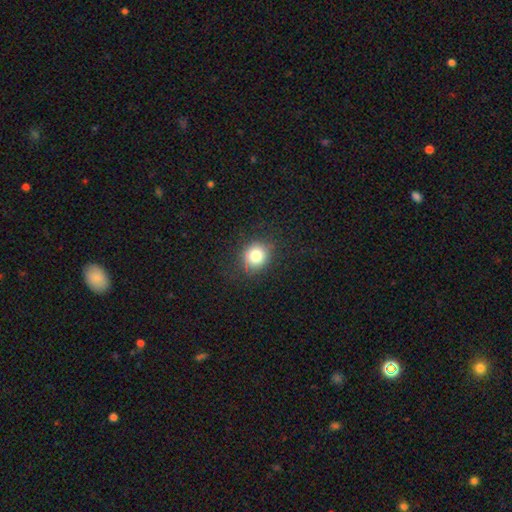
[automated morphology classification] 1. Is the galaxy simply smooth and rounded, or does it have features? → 80% smooth, 12% star or artifact, 9% featured or disk.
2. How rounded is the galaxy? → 84% round, 15% in between, 1% cigar-shaped.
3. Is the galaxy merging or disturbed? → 85% none, 11% minor disturbance, 4% major disturbance, 1% merger.